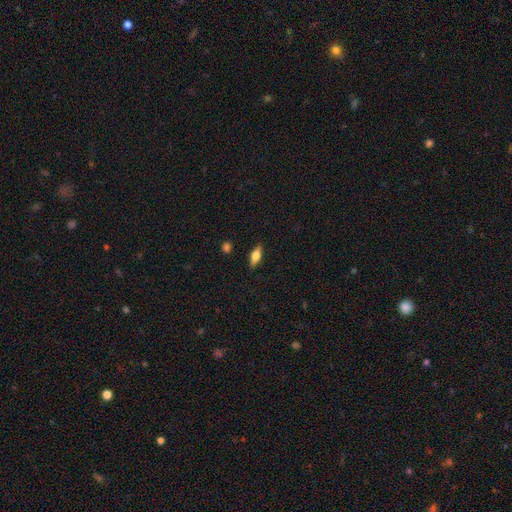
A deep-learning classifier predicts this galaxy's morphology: A smooth galaxy with no disk features (60%) that is in between round and cigar-shaped (67%).

Vote fractions:
- Smooth or featured? smooth: 60% / featured or disk: 32% / star or artifact: 8%
- How rounded? in between: 67% / cigar-shaped: 29% / round: 4%
- Merging? none: 86% / minor disturbance: 10% / major disturbance: 2% / merger: 1%